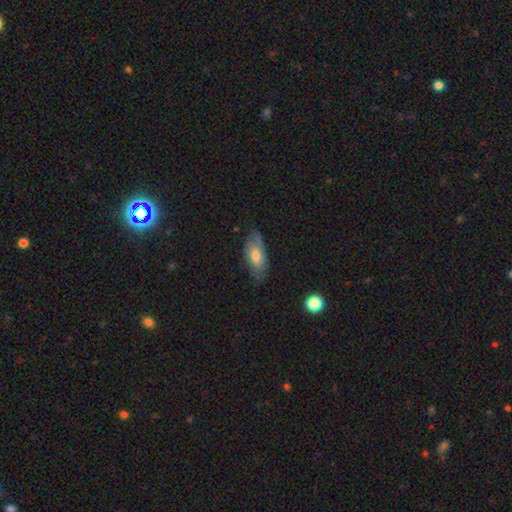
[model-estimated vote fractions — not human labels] This is possibly a smooth galaxy (55%). How rounded: clearly in between (85%). Merging: likely none (70%).